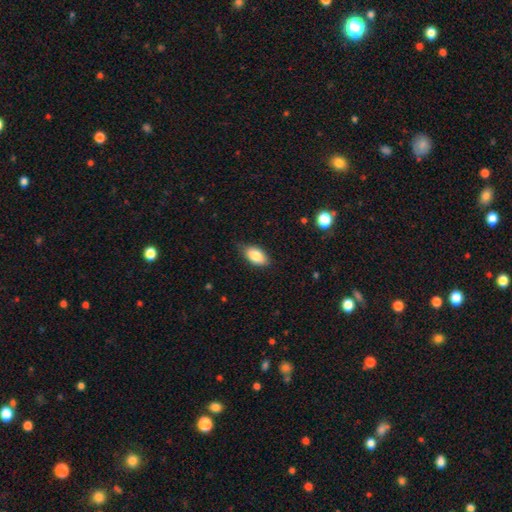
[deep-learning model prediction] Smooth or featured: smooth — 85% (featured or disk — 8%)
How rounded: in between — 92% (round — 4%)
Merging: none — 77% (minor disturbance — 19%)